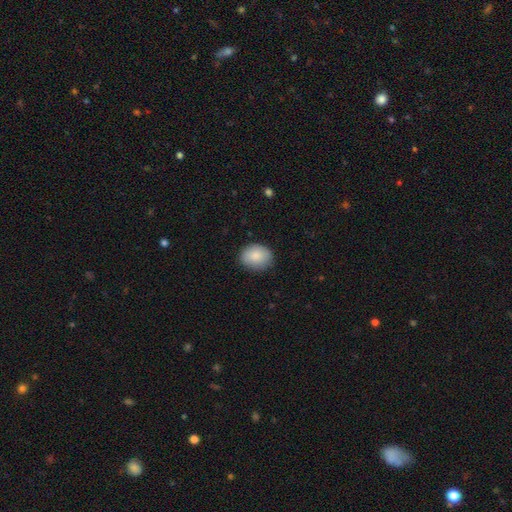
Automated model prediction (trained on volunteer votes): This is clearly a smooth galaxy (86%). How rounded: possibly in between (53%). Merging: clearly none (85%).